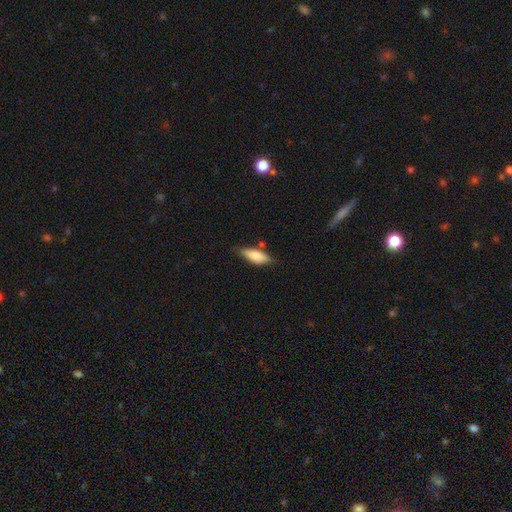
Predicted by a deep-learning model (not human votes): The model was most divided on "how rounded": in between: 72%, cigar-shaped: 26%, round: 2%. More confident: smooth or featured — smooth (74%); merging — none (71%).